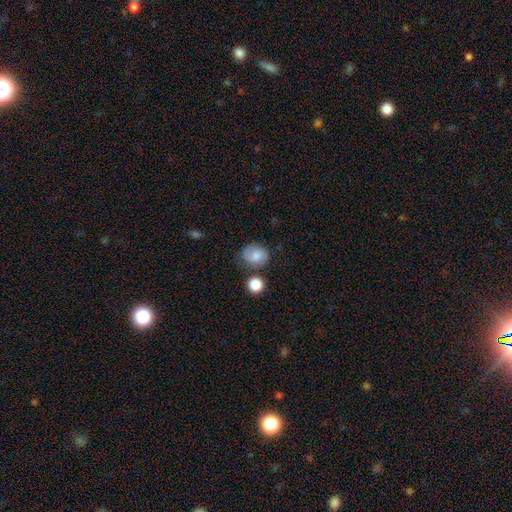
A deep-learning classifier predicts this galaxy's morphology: smooth 72%, featured or disk 19%, star or artifact 9%. Down the decision tree: how rounded — round (61%); merging — none (70%).